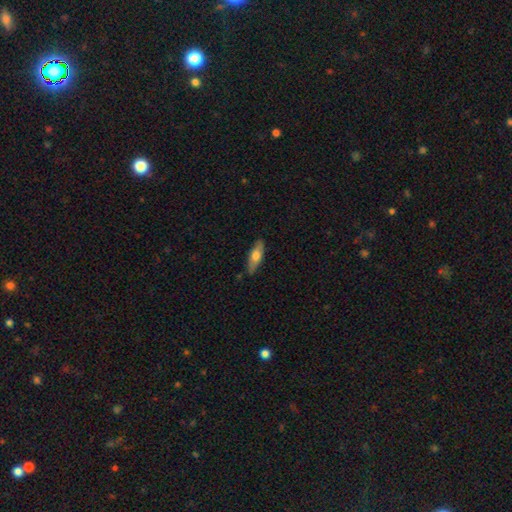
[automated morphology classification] Smooth or featured? smooth (63%)
How rounded? in between (57%)
Merging? none (82%)